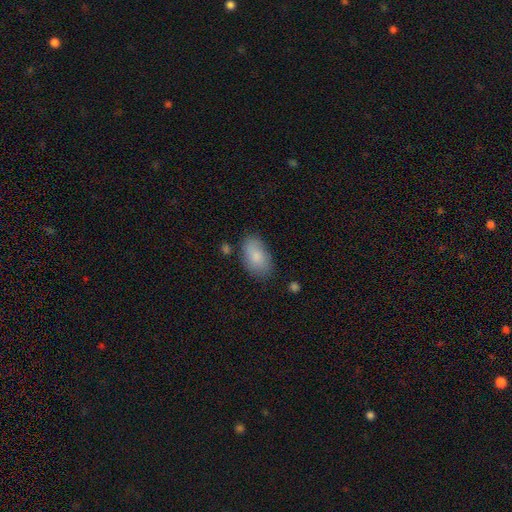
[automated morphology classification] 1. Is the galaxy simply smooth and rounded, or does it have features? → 82% smooth, 11% featured or disk, 6% star or artifact.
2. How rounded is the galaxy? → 93% in between, 6% round, 2% cigar-shaped.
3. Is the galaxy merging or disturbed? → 76% none, 17% minor disturbance, 4% major disturbance, 3% merger.